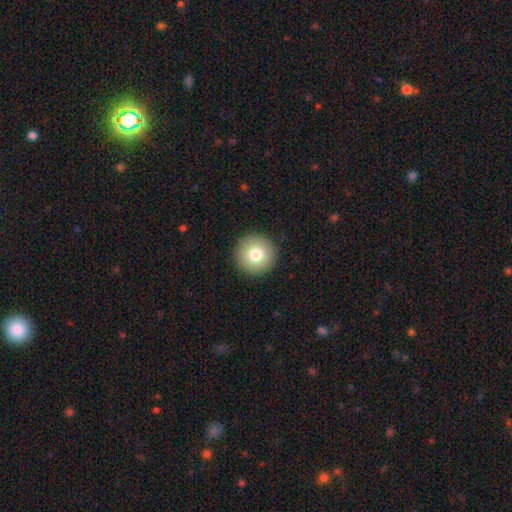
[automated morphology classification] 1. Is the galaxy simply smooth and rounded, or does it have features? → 73% smooth, 15% star or artifact, 12% featured or disk.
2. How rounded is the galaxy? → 96% round, 3% in between, 1% cigar-shaped.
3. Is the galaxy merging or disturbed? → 93% none, 4% minor disturbance, 2% major disturbance, 1% merger.